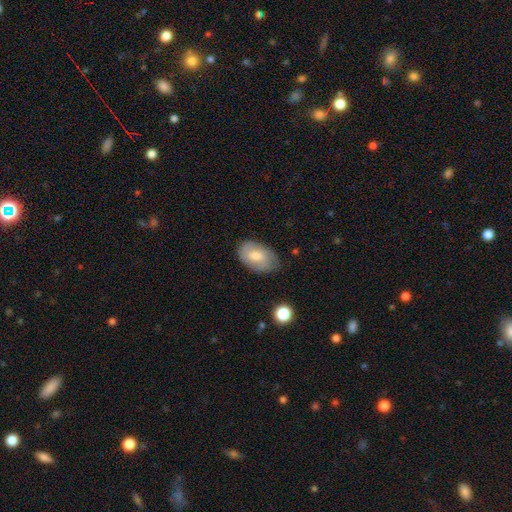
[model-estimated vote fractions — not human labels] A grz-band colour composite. It shows a smooth galaxy with no disk features (59%) that is in between round and cigar-shaped (89%). Merging: none (70%).